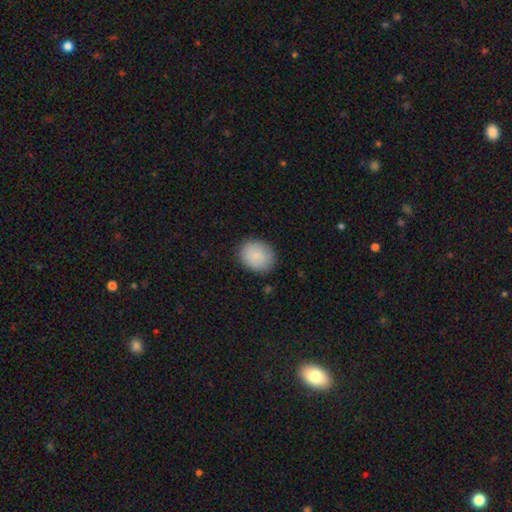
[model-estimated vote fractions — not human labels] Smooth or featured?
  - smooth: 87% *
  - star or artifact: 7%
  - featured or disk: 6%
How rounded?
  - round: 57% *
  - in between: 42%
  - cigar-shaped: 1%
Merging?
  - none: 85% *
  - minor disturbance: 11%
  - major disturbance: 3%
  - merger: 1%